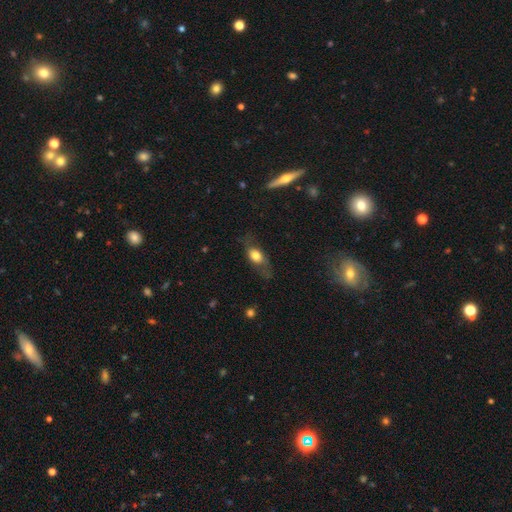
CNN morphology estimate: A smooth galaxy with no disk features (67%) that is in between round and cigar-shaped (72%).

Vote fractions:
- Smooth or featured? smooth: 67% / featured or disk: 25% / star or artifact: 8%
- How rounded? in between: 72% / cigar-shaped: 14% / round: 14%
- Merging? none: 59% / minor disturbance: 24% / major disturbance: 15% / merger: 2%